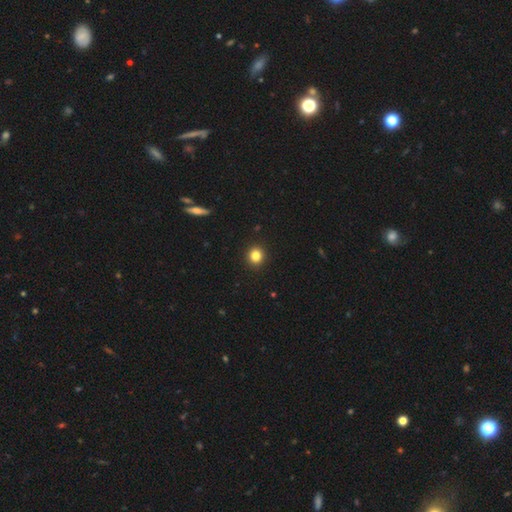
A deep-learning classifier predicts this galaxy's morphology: Smooth or featured: smooth — 83% (star or artifact — 11%)
How rounded: round — 88% (in between — 11%)
Merging: none — 93% (minor disturbance — 5%)